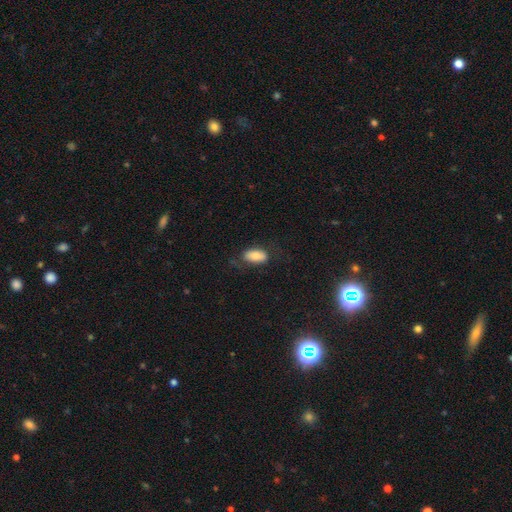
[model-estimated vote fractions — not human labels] Smooth or featured: smooth — 78% (featured or disk — 15%)
How rounded: in between — 91% (cigar-shaped — 5%)
Merging: none — 70% (minor disturbance — 20%)